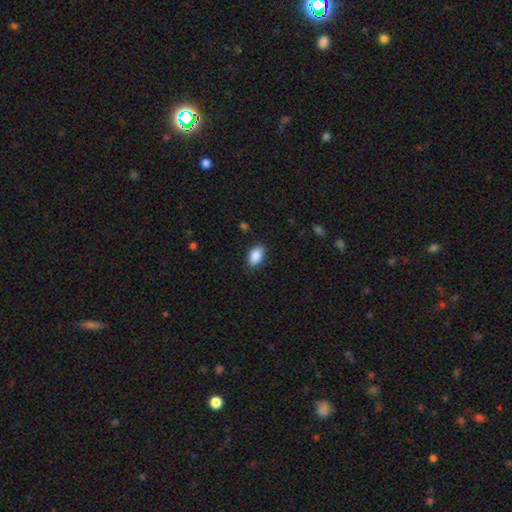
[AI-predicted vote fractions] Smooth or featured? smooth (89%)
How rounded? in between (92%)
Merging? none (87%)